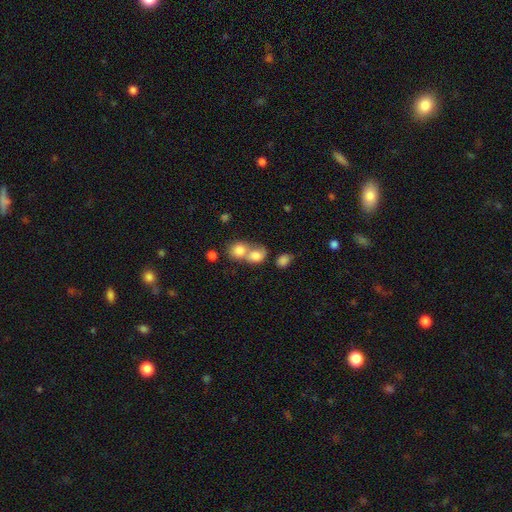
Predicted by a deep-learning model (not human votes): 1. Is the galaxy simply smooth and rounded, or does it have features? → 80% smooth, 11% featured or disk, 9% star or artifact.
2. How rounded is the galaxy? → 60% round, 39% in between, 1% cigar-shaped.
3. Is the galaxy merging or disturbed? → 65% merger, 25% none, 7% minor disturbance, 4% major disturbance.